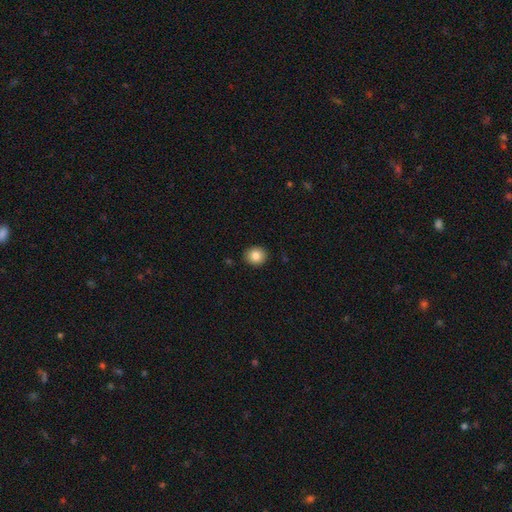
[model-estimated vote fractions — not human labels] Smooth or featured: smooth — 85% (star or artifact — 9%)
How rounded: round — 83% (in between — 16%)
Merging: none — 91% (minor disturbance — 6%)